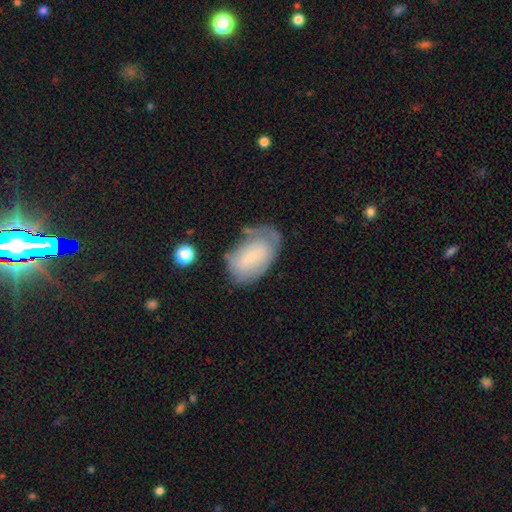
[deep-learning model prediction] This appears to be a smooth galaxy with no disk features (46%, tied with featured or disk). Merging: none (48%).